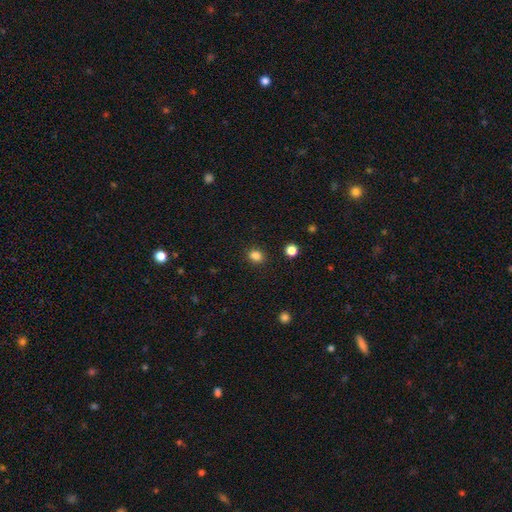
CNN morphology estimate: Overall: smooth (84%). How rounded: round (58%; in between 41%). Merging: none (88%).